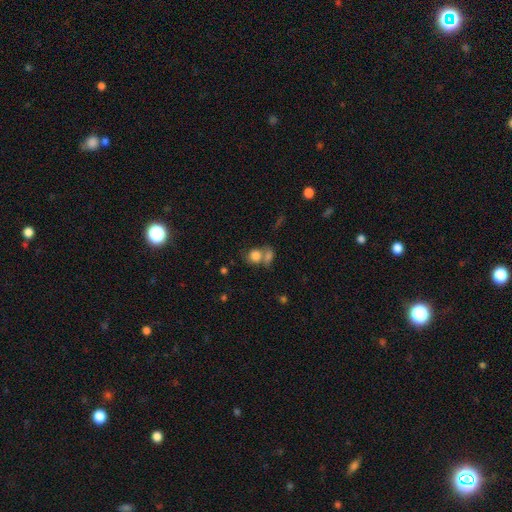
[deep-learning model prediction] Smooth or featured? Predicted: smooth (p=0.80). How rounded? Predicted: round (p=0.67). Merging? Predicted: merger (p=0.48).